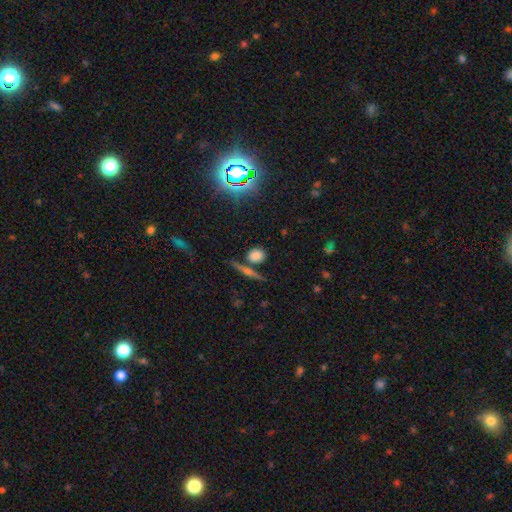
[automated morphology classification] type=smooth (71%); roundness=round (67%); merging=none (73%).